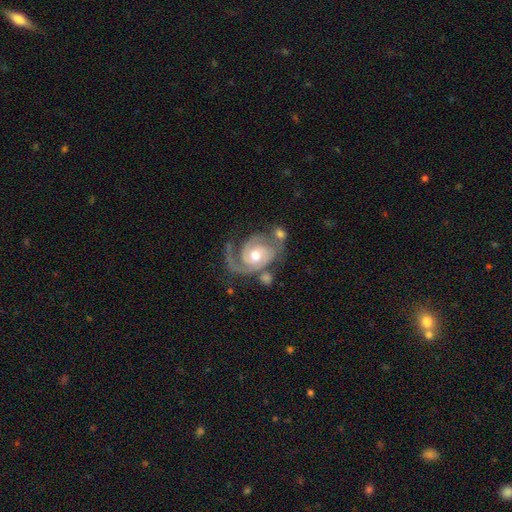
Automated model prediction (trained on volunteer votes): Q: Smooth or featured?
A: featured or disk (89%); runner-up: smooth (6%)
Q: Edge-on disk?
A: no (98%); runner-up: yes (2%)
Q: Bar?
A: no (69%); runner-up: weak (24%)
Q: Spiral arms?
A: yes (97%); runner-up: no (3%)
Q: Spiral winding?
A: tight (49%); runner-up: medium (38%)
Q: Spiral arm count?
A: 2 (62%); runner-up: 1 (24%)
Q: Bulge size?
A: moderate (69%); runner-up: small (24%)
Q: Merging?
A: none (48%); runner-up: major disturbance (18%)